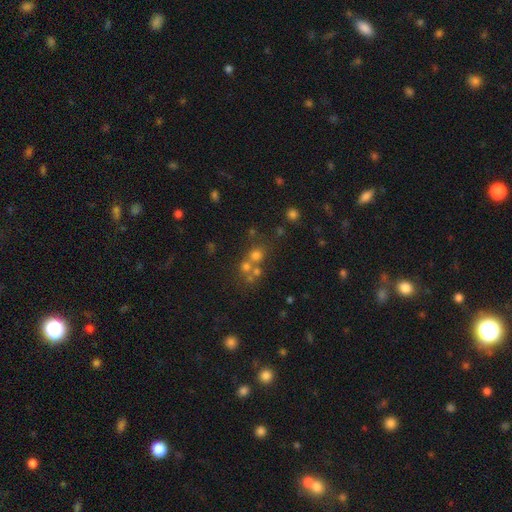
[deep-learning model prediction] smooth-or-featured: smooth: 57% | star or artifact: 27% | featured or disk: 17%
  how-rounded: round: 85% | in between: 14% | cigar-shaped: 1%
  merging: none: 50% | merger: 38% | minor disturbance: 8% | major disturbance: 5%